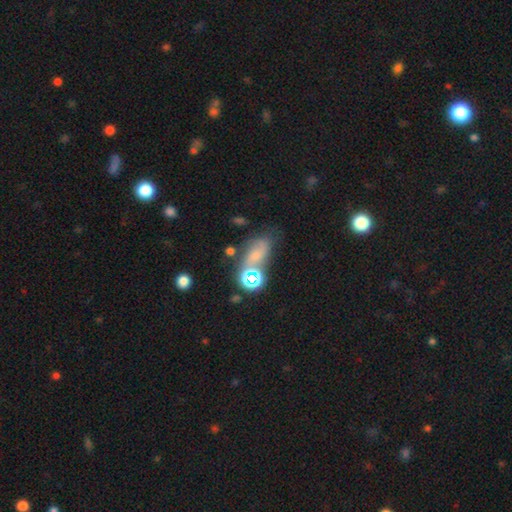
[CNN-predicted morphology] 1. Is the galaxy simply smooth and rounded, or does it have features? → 44% smooth, 30% featured or disk, 26% star or artifact.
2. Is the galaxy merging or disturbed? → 39% none, 22% minor disturbance, 22% merger, 17% major disturbance.